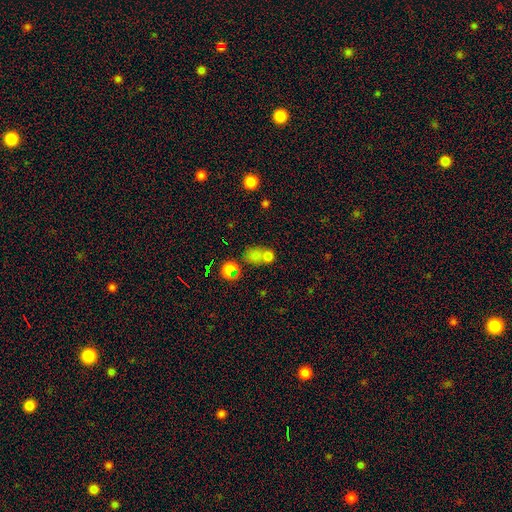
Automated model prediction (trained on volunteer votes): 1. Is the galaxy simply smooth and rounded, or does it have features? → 72% smooth, 19% star or artifact, 10% featured or disk.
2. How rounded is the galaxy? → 63% round, 36% in between, 1% cigar-shaped.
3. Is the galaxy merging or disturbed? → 43% merger, 41% none, 10% minor disturbance, 6% major disturbance.